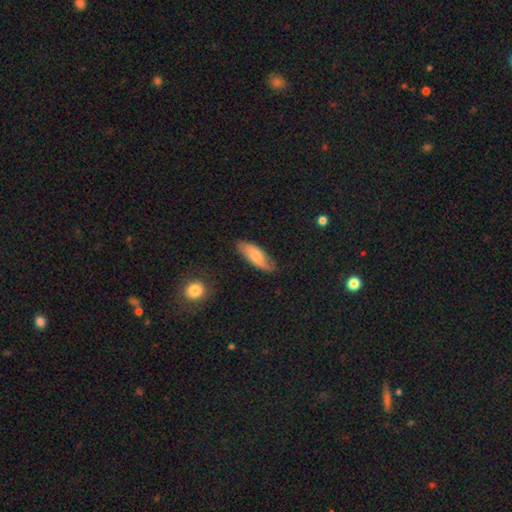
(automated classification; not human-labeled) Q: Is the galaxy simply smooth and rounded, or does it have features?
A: smooth — 54%.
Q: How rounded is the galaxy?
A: in between — 68%.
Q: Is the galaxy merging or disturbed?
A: none — 75%.